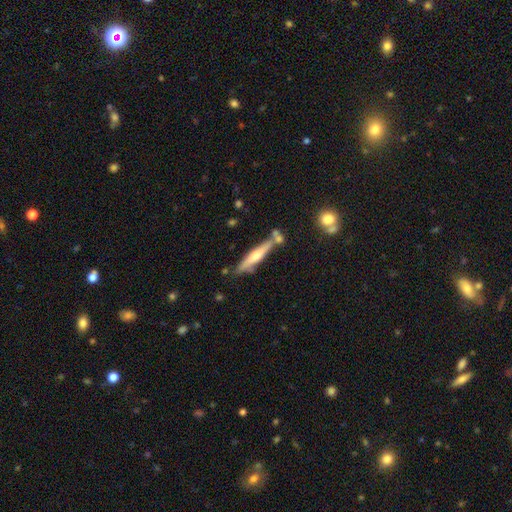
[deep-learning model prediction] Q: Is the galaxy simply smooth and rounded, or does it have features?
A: featured or disk — 53%.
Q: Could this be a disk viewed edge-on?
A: yes — 93%.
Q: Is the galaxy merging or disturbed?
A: none — 72%.